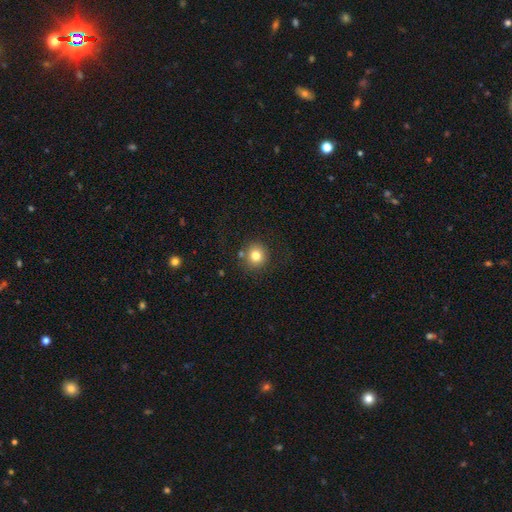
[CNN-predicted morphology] Q: Smooth or featured?
A: smooth (79%); runner-up: star or artifact (12%)
Q: How rounded?
A: round (91%); runner-up: in between (8%)
Q: Merging?
A: none (80%); runner-up: minor disturbance (10%)